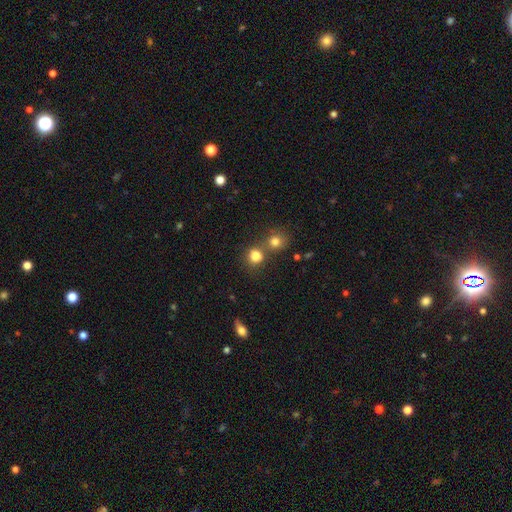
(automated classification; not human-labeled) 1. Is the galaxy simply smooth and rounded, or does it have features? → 80% smooth, 13% star or artifact, 7% featured or disk.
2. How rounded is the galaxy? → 82% round, 17% in between, 1% cigar-shaped.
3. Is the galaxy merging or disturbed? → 53% none, 34% merger, 9% minor disturbance, 4% major disturbance.